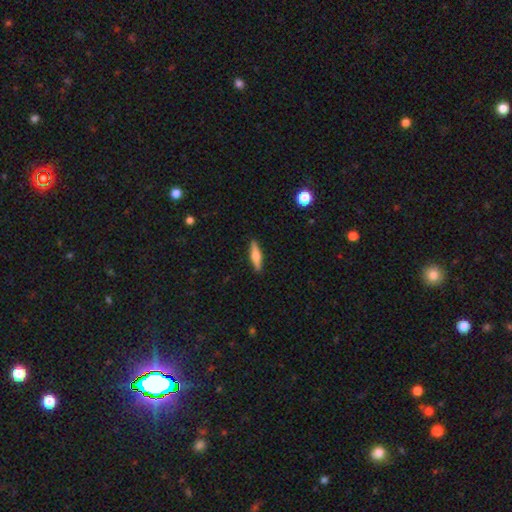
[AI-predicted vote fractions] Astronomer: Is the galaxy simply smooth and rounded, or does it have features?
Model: smooth — 52% (runner-up: featured or disk, 42%).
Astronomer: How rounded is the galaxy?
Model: cigar-shaped — 76%.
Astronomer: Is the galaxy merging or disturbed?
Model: none — 90%.